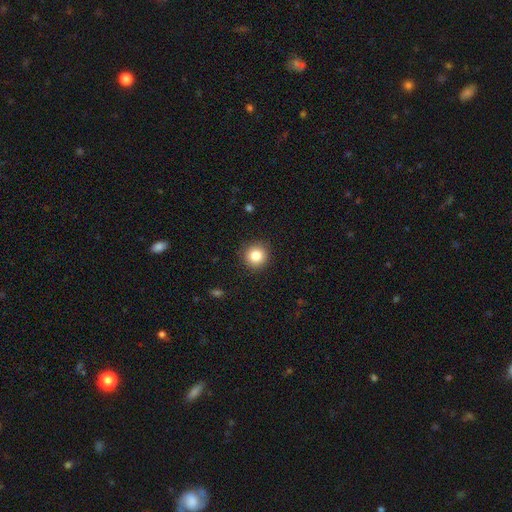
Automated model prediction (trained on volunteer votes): Q: Smooth or featured?
A: smooth (83%); runner-up: star or artifact (10%)
Q: How rounded?
A: round (93%); runner-up: in between (6%)
Q: Merging?
A: none (90%); runner-up: minor disturbance (7%)